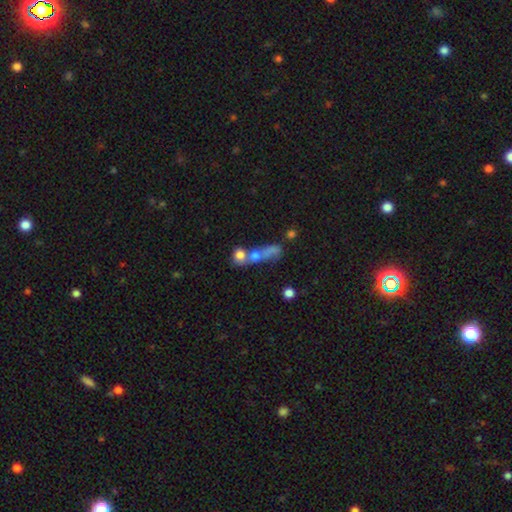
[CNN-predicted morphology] A smooth galaxy with no disk features (65%) that is round (51%). Merging: merger (58%).